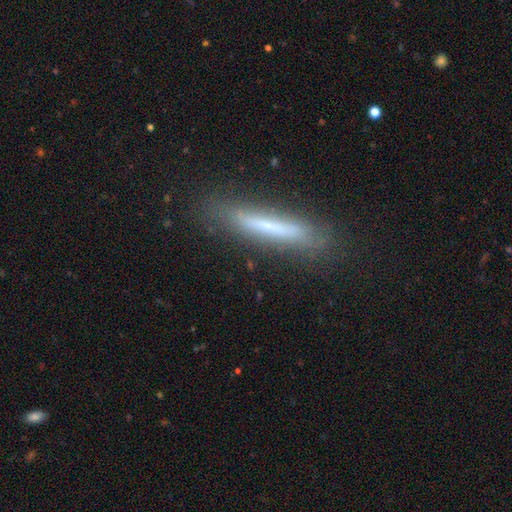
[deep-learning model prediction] Q: Smooth or featured?
A: smooth (46%); runner-up: featured or disk (44%)
Q: Merging?
A: none (83%); runner-up: minor disturbance (12%)